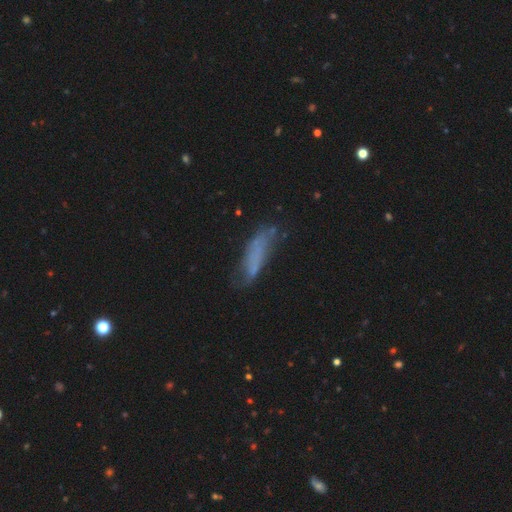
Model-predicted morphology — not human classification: smooth_or_featured: smooth (p=0.56) [alt: featured or disk p=0.30]
how_rounded: cigar-shaped (p=0.61) [alt: in between p=0.37]
merging: none (p=0.49) [alt: minor disturbance p=0.29]